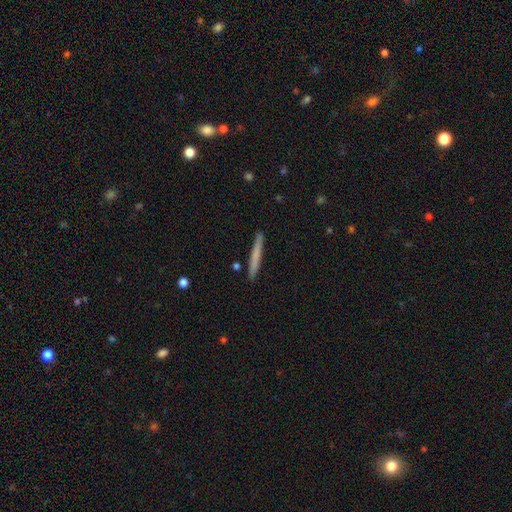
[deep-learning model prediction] Q: Smooth or featured?
A: smooth (68%); runner-up: featured or disk (27%)
Q: How rounded?
A: cigar-shaped (97%); runner-up: in between (2%)
Q: Merging?
A: none (91%); runner-up: minor disturbance (6%)